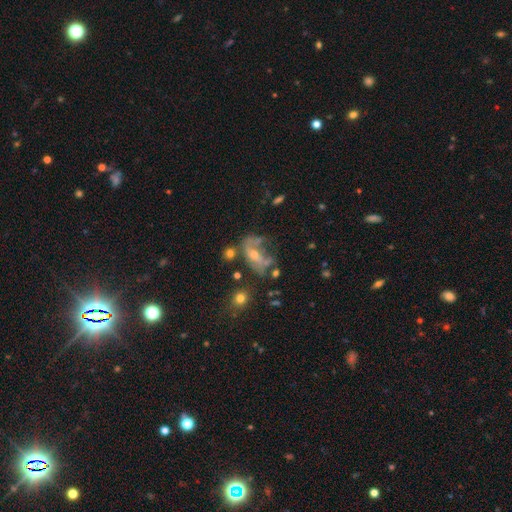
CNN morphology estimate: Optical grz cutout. It shows a featured or disk galaxy (58%) with no bar (69%), no spiral arms (51%) and a small central bulge (55%). Merging: major disturbance (35%).